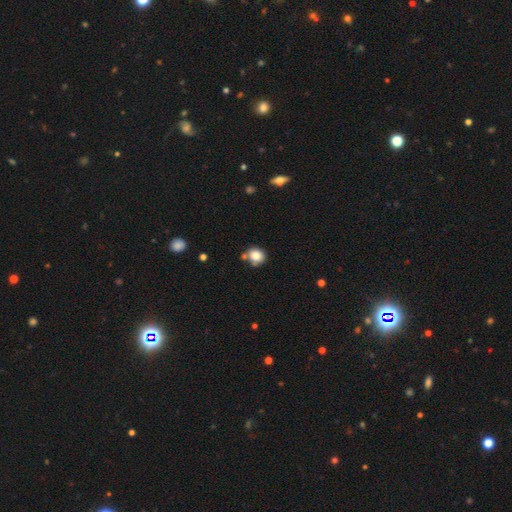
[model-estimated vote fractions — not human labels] smooth 82%, star or artifact 10%, featured or disk 7%. Down the decision tree: how rounded — round (83%); merging — none (67%).